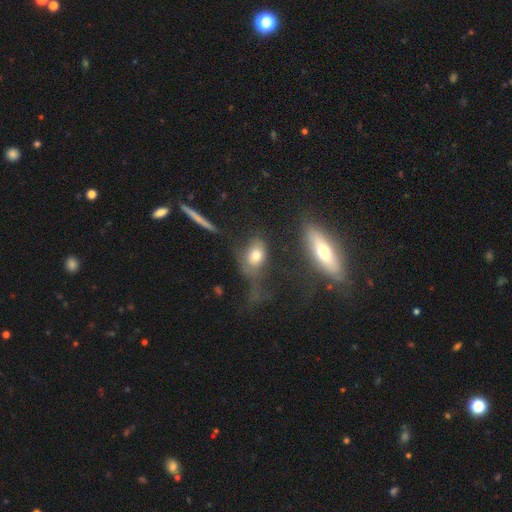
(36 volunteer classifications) Smooth or featured?
  - smooth: 75% *
  - featured or disk: 17%
  - star or artifact: 8%
How rounded?
  - in between: 78% *
  - round: 11%
  - cigar-shaped: 11%
Merging?
  - major disturbance: 45% *
  - none: 24%
  - minor disturbance: 24%
  - merger: 6%